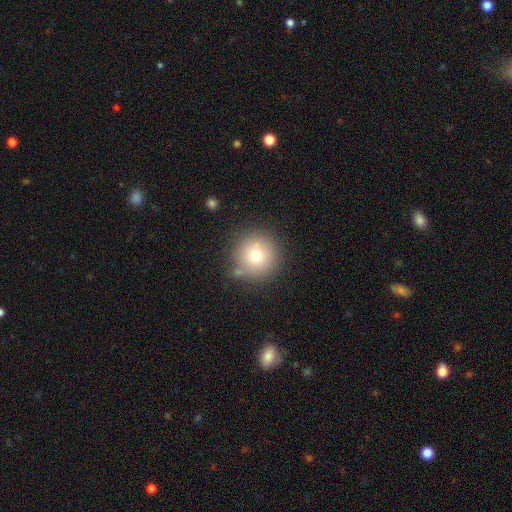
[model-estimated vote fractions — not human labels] Q: Smooth or featured?
A: smooth (74%); runner-up: featured or disk (13%)
Q: How rounded?
A: round (96%); runner-up: in between (4%)
Q: Merging?
A: none (81%); runner-up: minor disturbance (11%)